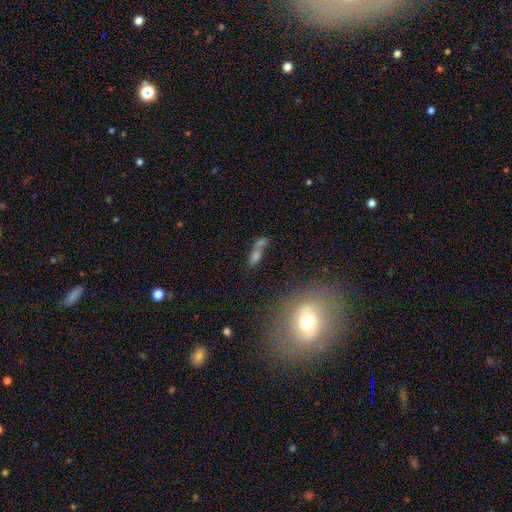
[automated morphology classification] Smooth or featured? Predicted: smooth (p=0.62). How rounded? Predicted: in between (p=0.62). Merging? Predicted: merger (p=0.40, tied with none).